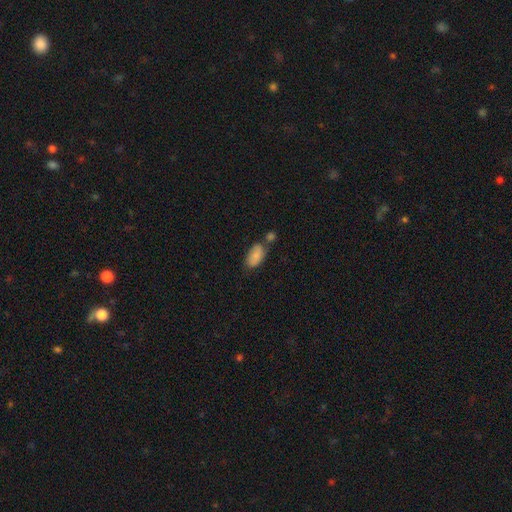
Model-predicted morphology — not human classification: This appears to be a smooth galaxy with no disk features (81%) that is in between round and cigar-shaped (94%). Merging: none (55%).